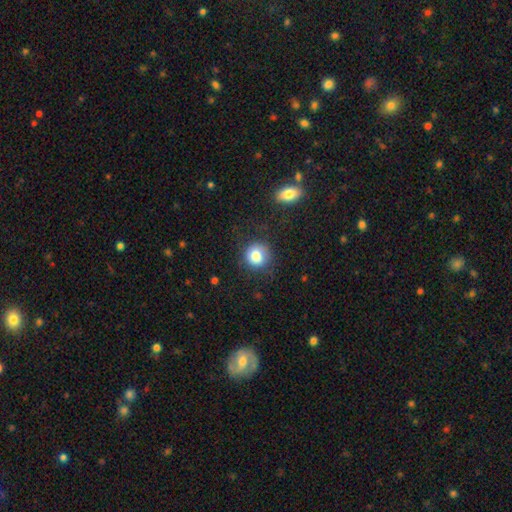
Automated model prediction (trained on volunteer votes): smooth_or_featured: smooth (p=0.81) [alt: star or artifact p=0.10]
how_rounded: round (p=0.88) [alt: in between p=0.11]
merging: none (p=0.78) [alt: minor disturbance p=0.15]